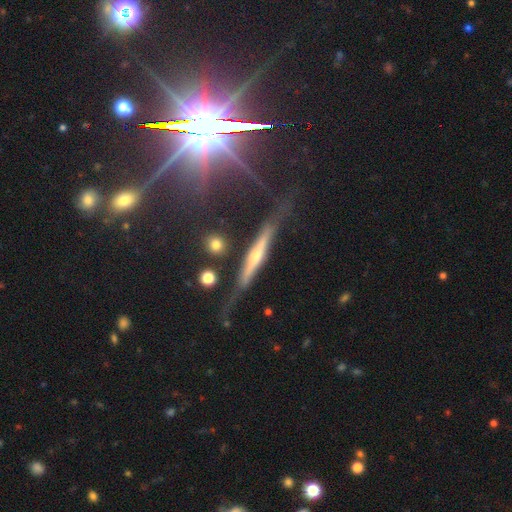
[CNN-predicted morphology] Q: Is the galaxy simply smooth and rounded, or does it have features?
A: featured or disk — 71%.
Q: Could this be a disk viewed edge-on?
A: yes — 92%.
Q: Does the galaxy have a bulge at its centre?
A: rounded — 72%.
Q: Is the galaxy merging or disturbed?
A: none — 68%.